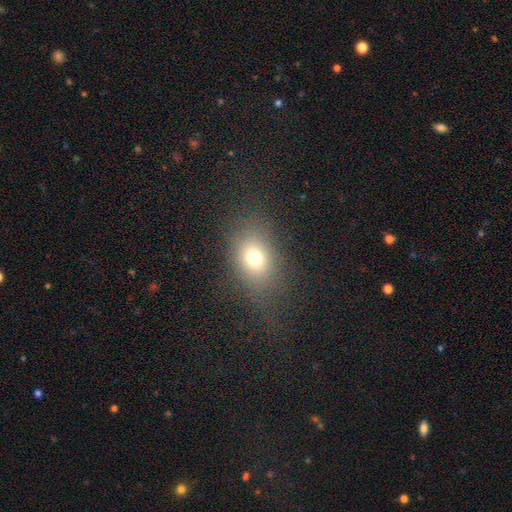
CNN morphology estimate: Smooth or featured: smooth — 64% (star or artifact — 24%)
How rounded: in between — 65% (round — 31%)
Merging: none — 83% (minor disturbance — 11%)